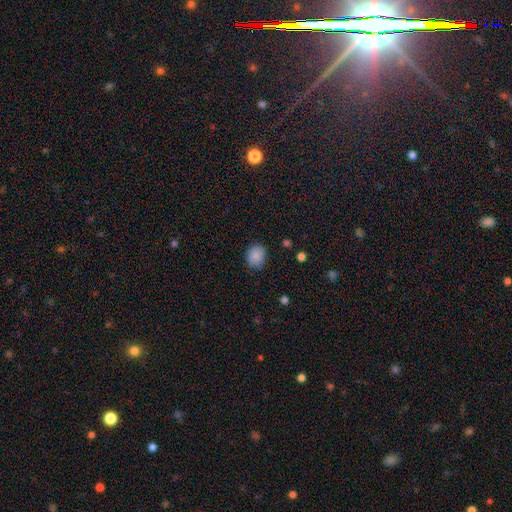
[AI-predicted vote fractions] Q: Smooth or featured?
A: smooth (87%); runner-up: star or artifact (9%)
Q: How rounded?
A: round (57%); runner-up: in between (42%)
Q: Merging?
A: none (84%); runner-up: minor disturbance (12%)